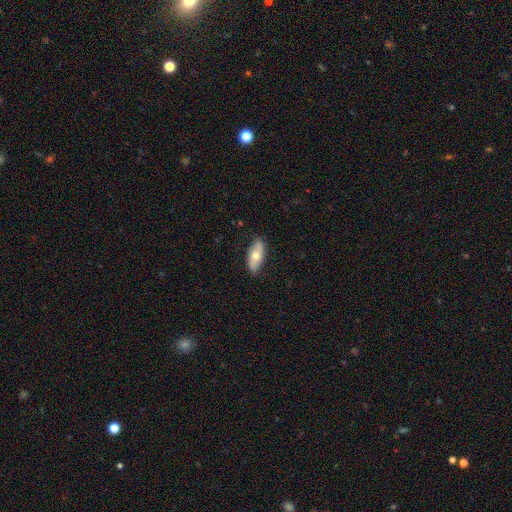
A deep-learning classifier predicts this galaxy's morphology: Smooth or featured? smooth (58%)
How rounded? in between (83%)
Merging? none (84%)